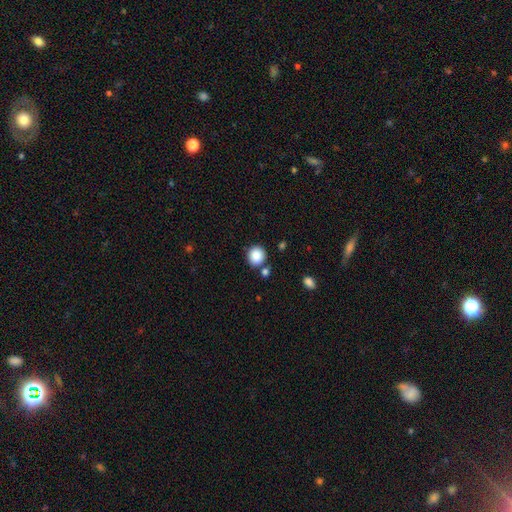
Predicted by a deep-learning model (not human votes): A smooth galaxy with no disk features (87%) that is round (87%). Merging: none (78%).